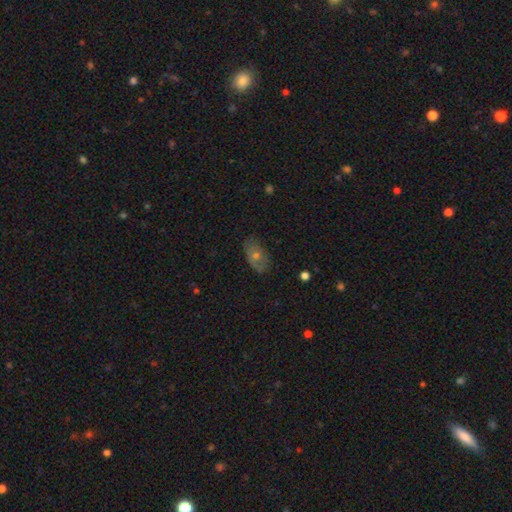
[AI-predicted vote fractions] This appears to be a smooth galaxy with no disk features (48%). Merging: none (74%).